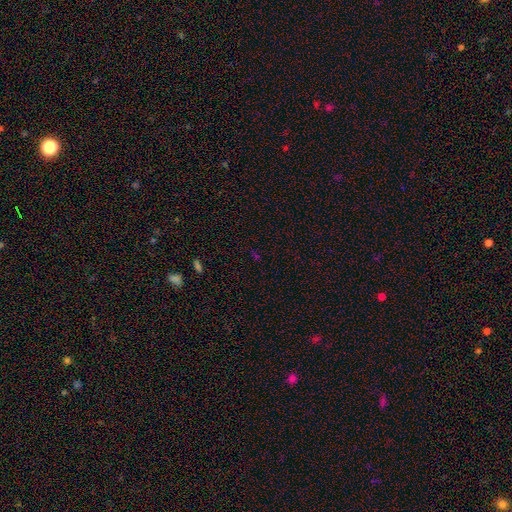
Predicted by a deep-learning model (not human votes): Smooth or featured? star or artifact (63%)